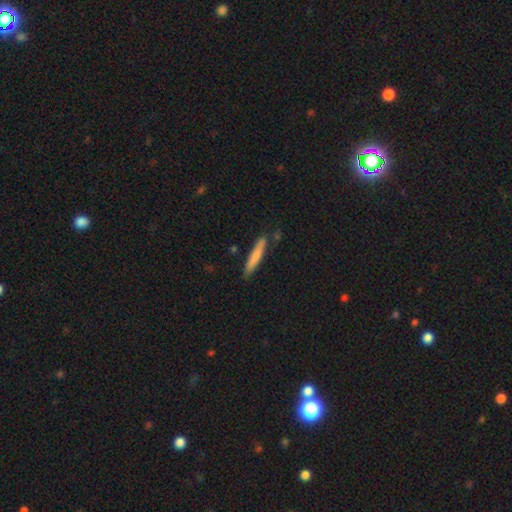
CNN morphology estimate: The model was most divided on "smooth or featured": smooth: 74%, featured or disk: 20%, star or artifact: 6%. More confident: how rounded — cigar-shaped (93%); merging — none (81%).